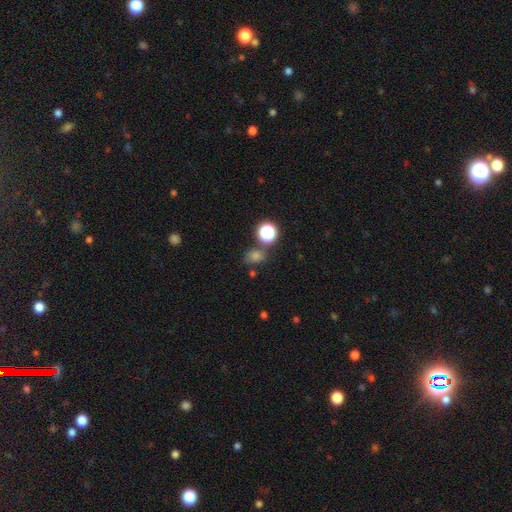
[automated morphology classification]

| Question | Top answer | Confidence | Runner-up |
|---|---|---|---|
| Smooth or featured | smooth | 56% | star or artifact (37%) |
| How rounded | round | 60% | in between (38%) |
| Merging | none | 74% | merger (11%) |